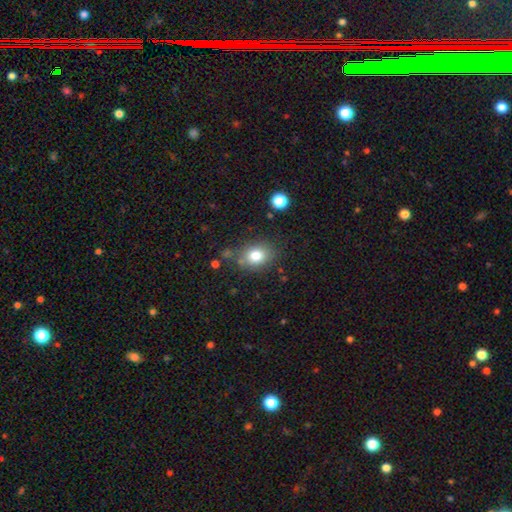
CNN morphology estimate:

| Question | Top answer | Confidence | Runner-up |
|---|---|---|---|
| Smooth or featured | smooth | 79% | star or artifact (11%) |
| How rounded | in between | 51% | round (48%) |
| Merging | none | 76% | minor disturbance (15%) |